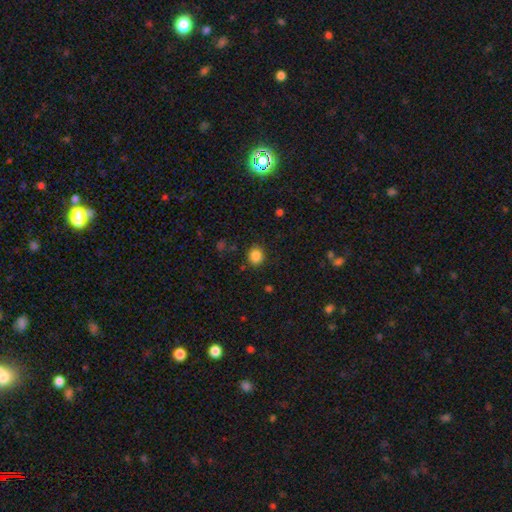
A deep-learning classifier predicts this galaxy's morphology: smooth 86%, star or artifact 11%, featured or disk 4%. Down the decision tree: how rounded — round (76%); merging — none (84%).